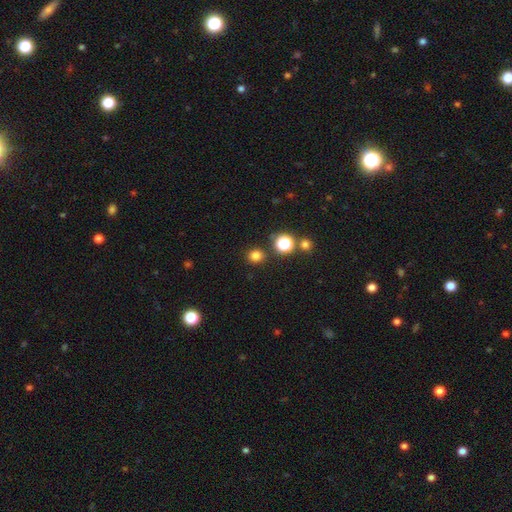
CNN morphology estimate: The model was most divided on "smooth or featured": smooth: 80%, star or artifact: 16%, featured or disk: 4%. More confident: merging — none (89%); how rounded — round (87%).